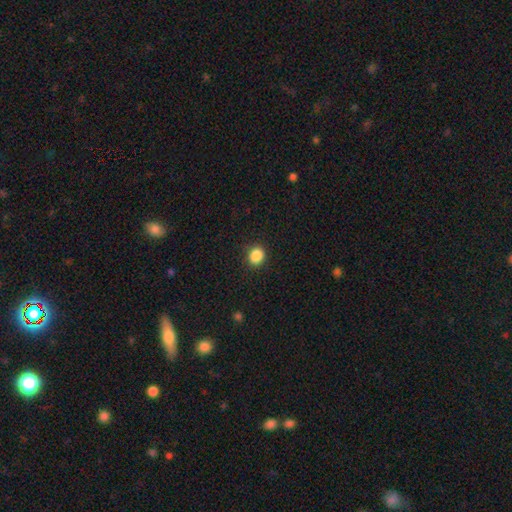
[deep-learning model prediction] The model was most divided on "how rounded": round: 71%, in between: 28%, cigar-shaped: 1%. More confident: merging — none (88%); smooth or featured — smooth (87%).